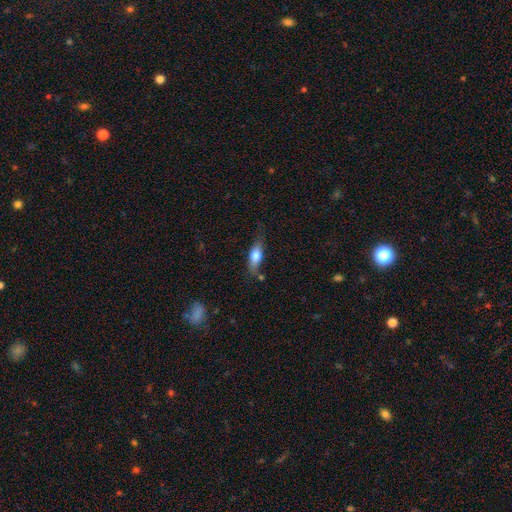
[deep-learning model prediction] This appears to be a smooth galaxy with no disk features (68%) that is in between round and cigar-shaped (65%). Merging: none (63%).